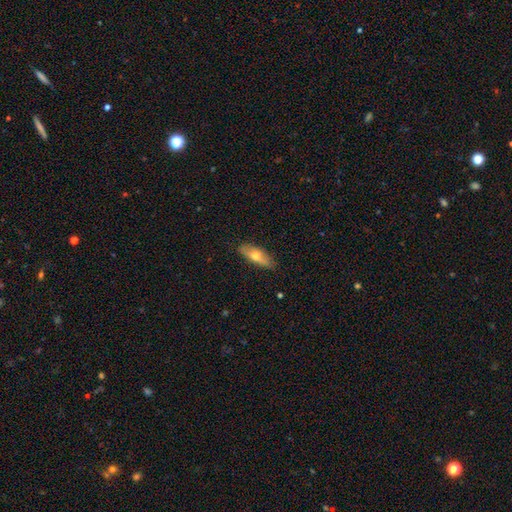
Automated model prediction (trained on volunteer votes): This appears to be a smooth galaxy with no disk features (57%) that is in between round and cigar-shaped (56%). Merging: none (84%).